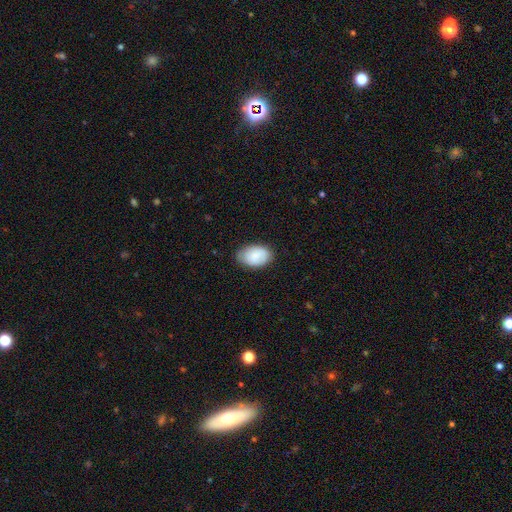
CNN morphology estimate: Q: Smooth or featured?
A: smooth (86%); runner-up: featured or disk (8%)
Q: How rounded?
A: in between (89%); runner-up: round (10%)
Q: Merging?
A: none (79%); runner-up: minor disturbance (17%)